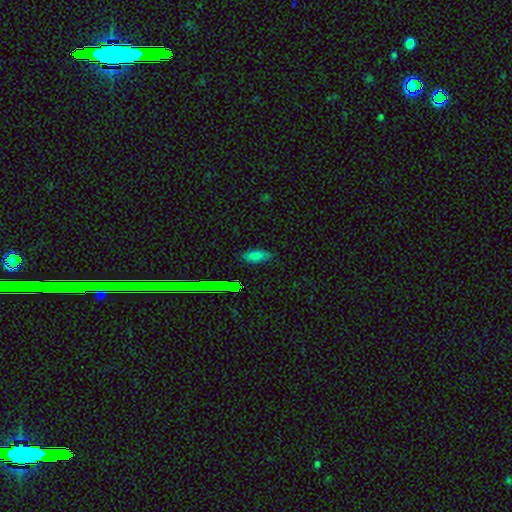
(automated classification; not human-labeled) A smooth galaxy with no disk features (77%) that is in between round and cigar-shaped (83%).

Vote fractions:
- Smooth or featured? smooth: 77% / star or artifact: 16% / featured or disk: 7%
- How rounded? in between: 83% / cigar-shaped: 14% / round: 3%
- Merging? none: 82% / minor disturbance: 13% / major disturbance: 3% / merger: 2%